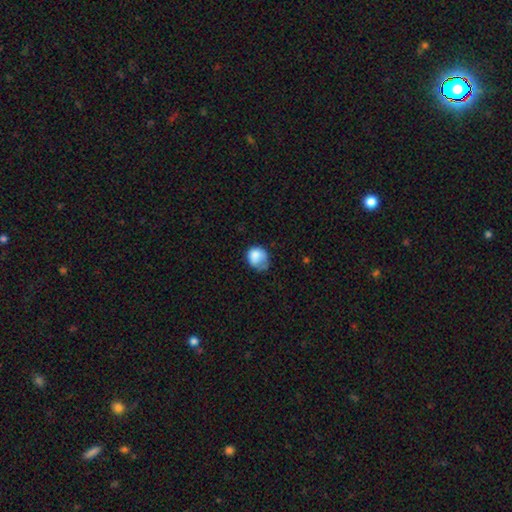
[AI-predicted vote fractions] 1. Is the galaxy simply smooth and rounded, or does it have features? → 78% smooth, 13% featured or disk, 9% star or artifact.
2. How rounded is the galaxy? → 56% round, 44% in between, 1% cigar-shaped.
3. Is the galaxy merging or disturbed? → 38% minor disturbance, 32% none, 25% major disturbance, 4% merger.